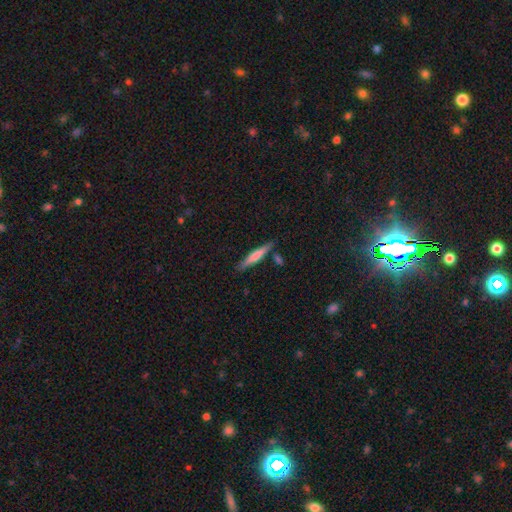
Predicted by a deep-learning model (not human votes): This is likely a smooth galaxy (60%). How rounded: clearly cigar-shaped (92%). Merging: clearly none (83%).